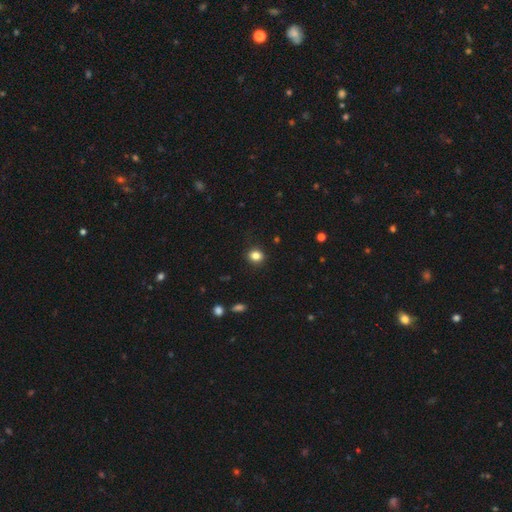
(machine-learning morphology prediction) The model was most divided on "how rounded": round: 72%, in between: 27%, cigar-shaped: 1%. More confident: merging — none (89%); smooth or featured — smooth (84%).